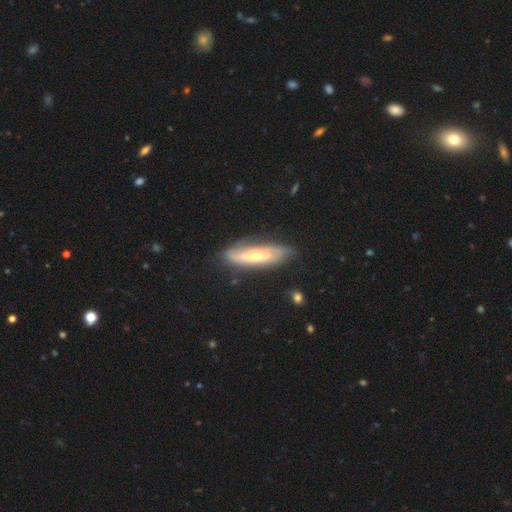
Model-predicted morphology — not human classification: type=featured or disk (58%); edge-on=no (63%); merging=none (71%).